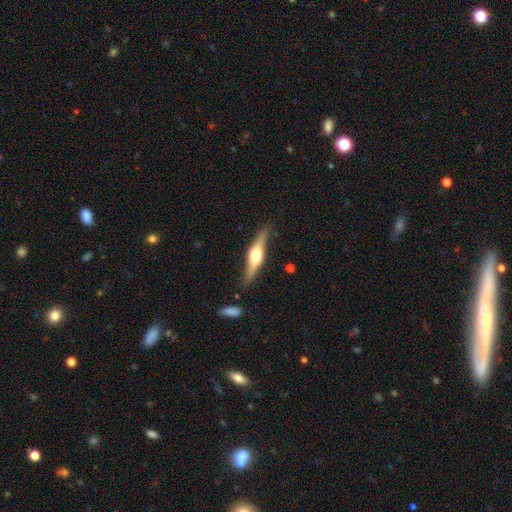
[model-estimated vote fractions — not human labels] featured or disk 69%, smooth 26%, star or artifact 5%. Down the decision tree: edge-on disk — yes (96%); edge-on bulge — rounded (93%); merging — none (82%).